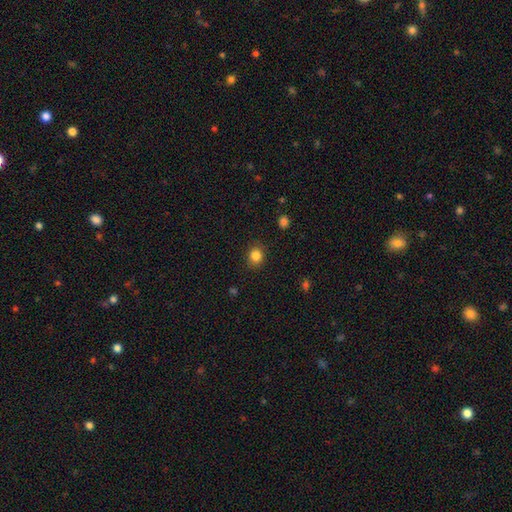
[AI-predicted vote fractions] The model was most divided on "how rounded": round: 75%, in between: 24%, cigar-shaped: 1%. More confident: merging — none (87%); smooth or featured — smooth (85%).